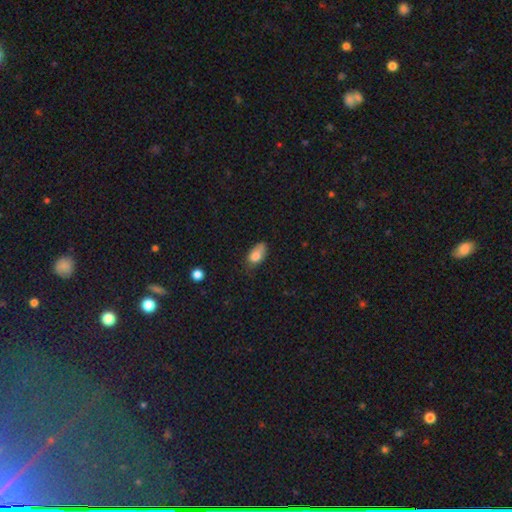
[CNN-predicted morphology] Smooth or featured?
  - smooth: 81% *
  - featured or disk: 11%
  - star or artifact: 8%
How rounded?
  - in between: 90% *
  - round: 7%
  - cigar-shaped: 3%
Merging?
  - none: 47% *
  - minor disturbance: 38%
  - major disturbance: 12%
  - merger: 3%